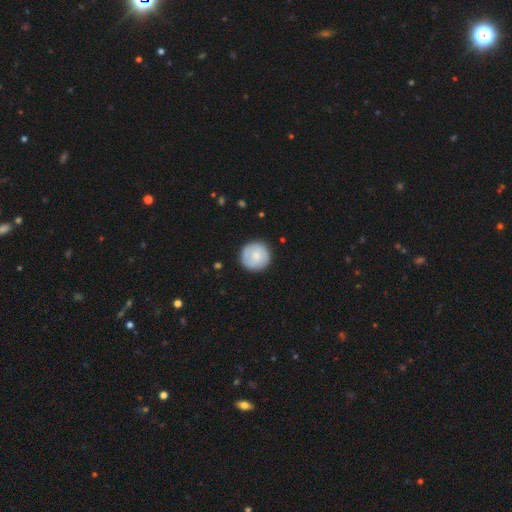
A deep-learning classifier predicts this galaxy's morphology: smooth 69%, featured or disk 25%, star or artifact 6%. Down the decision tree: how rounded — round (95%); merging — none (88%).